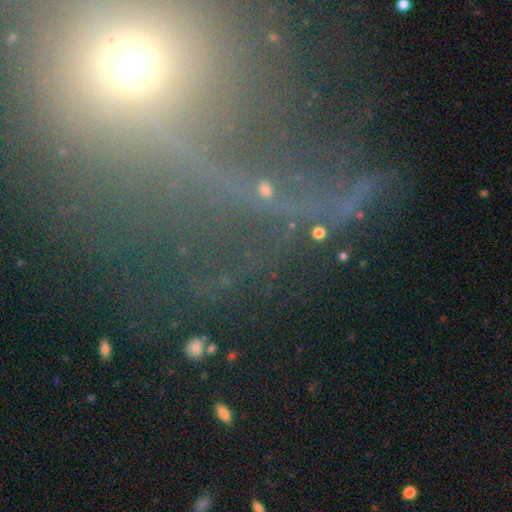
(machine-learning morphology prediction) type=star or artifact (48%).